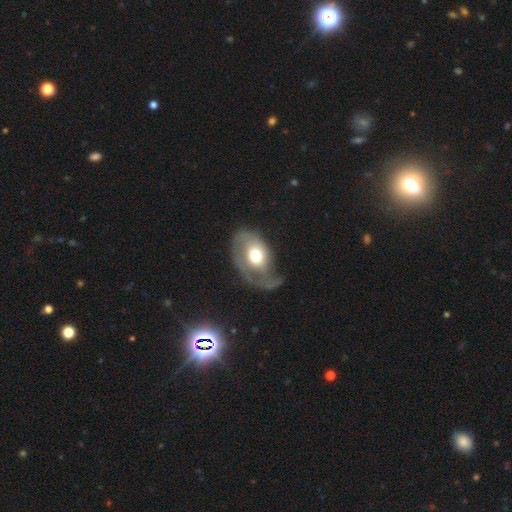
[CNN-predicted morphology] Q: Smooth or featured?
A: featured or disk (56%); runner-up: smooth (38%)
Q: Edge-on disk?
A: no (95%); runner-up: yes (5%)
Q: Bar?
A: no (79%); runner-up: weak (16%)
Q: Spiral arms?
A: yes (63%); runner-up: no (37%)
Q: Bulge size?
A: moderate (65%); runner-up: large (24%)
Q: Merging?
A: major disturbance (42%); runner-up: none (29%)